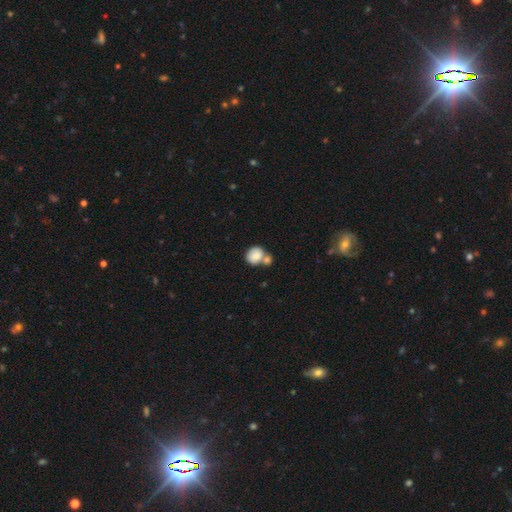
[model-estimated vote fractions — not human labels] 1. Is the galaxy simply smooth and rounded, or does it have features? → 82% smooth, 11% featured or disk, 7% star or artifact.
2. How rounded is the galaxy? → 71% round, 28% in between, 1% cigar-shaped.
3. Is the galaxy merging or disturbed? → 49% merger, 36% none, 11% minor disturbance, 4% major disturbance.